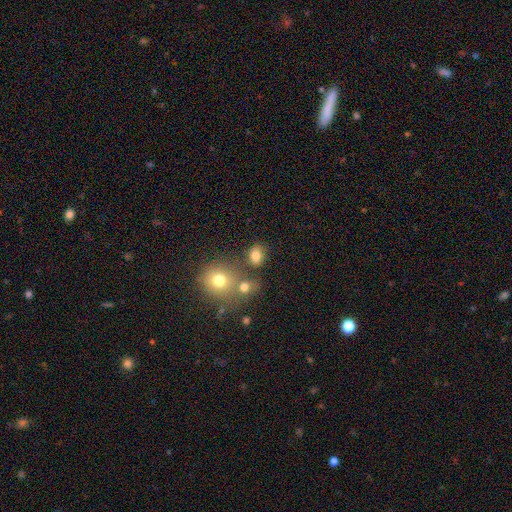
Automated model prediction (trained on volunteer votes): A smooth galaxy with no disk features (78%) that is round (54%).

Vote fractions:
- Smooth or featured? smooth: 78% / star or artifact: 14% / featured or disk: 8%
- How rounded? round: 54% / in between: 45% / cigar-shaped: 1%
- Merging? none: 69% / merger: 14% / minor disturbance: 12% / major disturbance: 5%